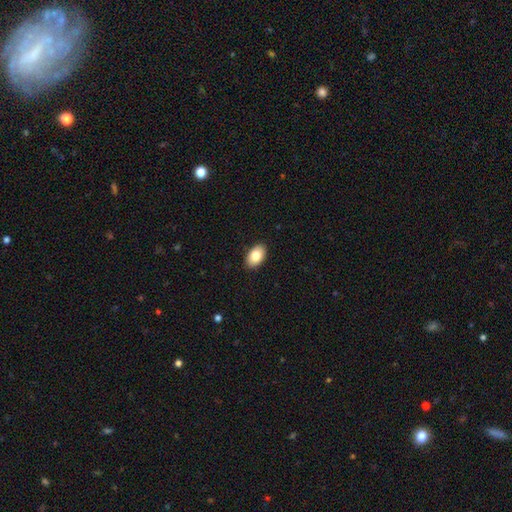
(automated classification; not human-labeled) smooth 82%, featured or disk 11%, star or artifact 7%. Down the decision tree: how rounded — in between (92%); merging — none (89%).